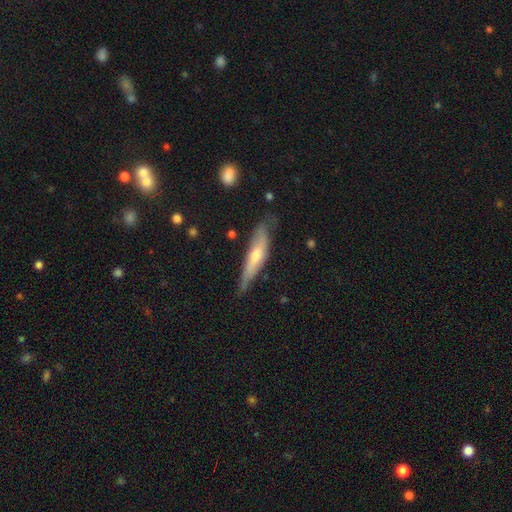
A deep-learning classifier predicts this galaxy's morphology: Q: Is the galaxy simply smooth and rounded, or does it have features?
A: featured or disk — 49%.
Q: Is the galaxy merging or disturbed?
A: none — 66%.